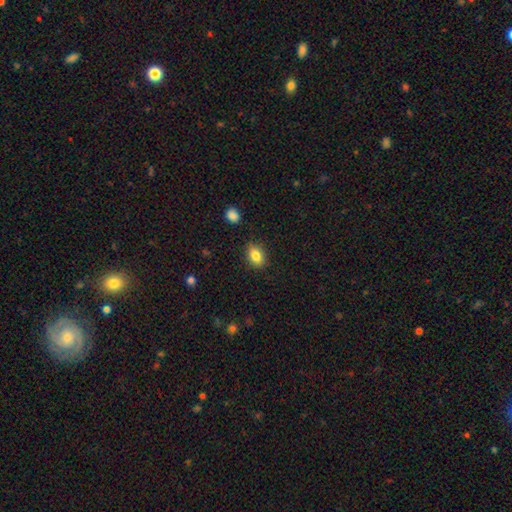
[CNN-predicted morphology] A smooth galaxy with no disk features (83%) that is in between round and cigar-shaped (77%).

Vote fractions:
- Smooth or featured? smooth: 83% / star or artifact: 9% / featured or disk: 8%
- How rounded? in between: 77% / round: 21% / cigar-shaped: 2%
- Merging? none: 84% / minor disturbance: 12% / major disturbance: 2% / merger: 2%